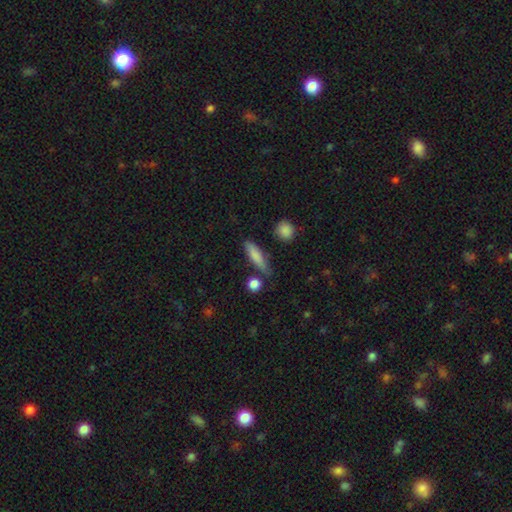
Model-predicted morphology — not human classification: Smooth or featured: smooth — 77% (featured or disk — 15%)
How rounded: cigar-shaped — 67% (in between — 28%)
Merging: none — 71% (minor disturbance — 18%)